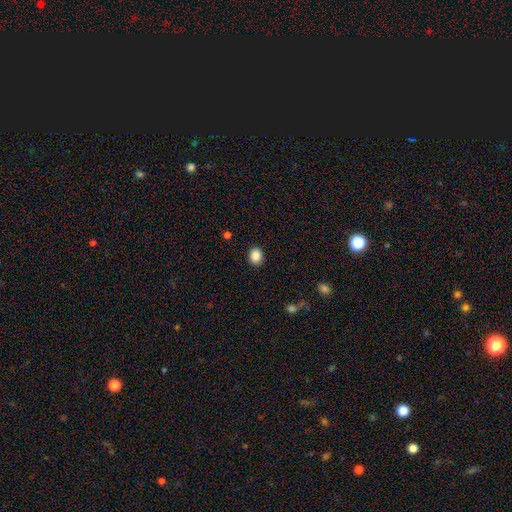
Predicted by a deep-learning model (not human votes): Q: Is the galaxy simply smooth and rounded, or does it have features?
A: smooth — 88%.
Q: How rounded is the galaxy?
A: round — 61%.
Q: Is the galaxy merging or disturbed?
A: none — 90%.